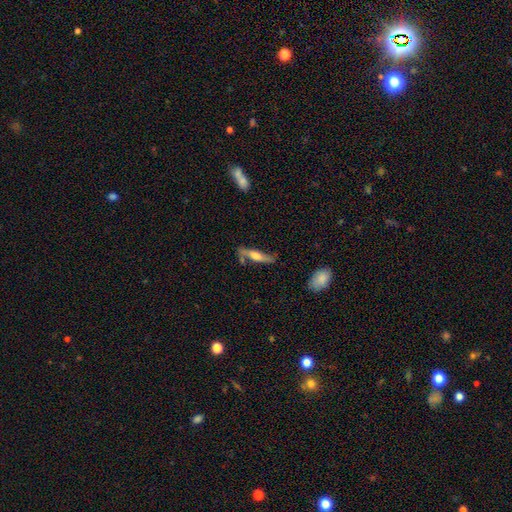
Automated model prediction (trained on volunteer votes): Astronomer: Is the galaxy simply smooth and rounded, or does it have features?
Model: featured or disk — 48% (runner-up: smooth, 46%).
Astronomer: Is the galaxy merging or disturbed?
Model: none — 66%.